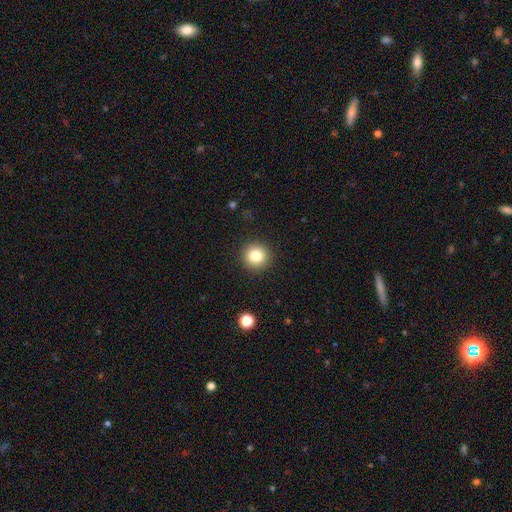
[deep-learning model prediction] Smooth or featured? Predicted: smooth (p=0.82). How rounded? Predicted: round (p=0.94). Merging? Predicted: none (p=0.92).